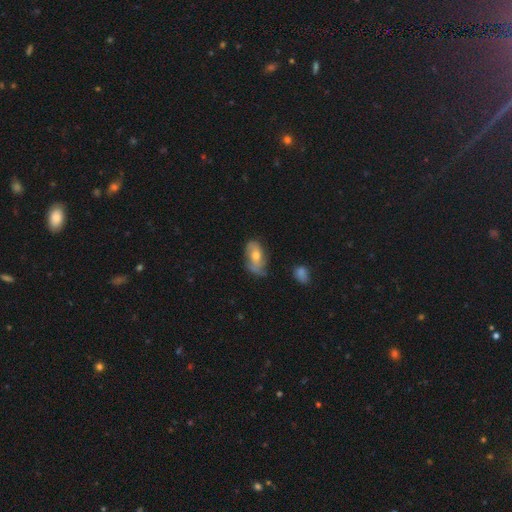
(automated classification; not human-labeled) Smooth or featured: smooth — 52% (featured or disk — 39%)
How rounded: in between — 89% (round — 6%)
Merging: none — 51% (minor disturbance — 34%)